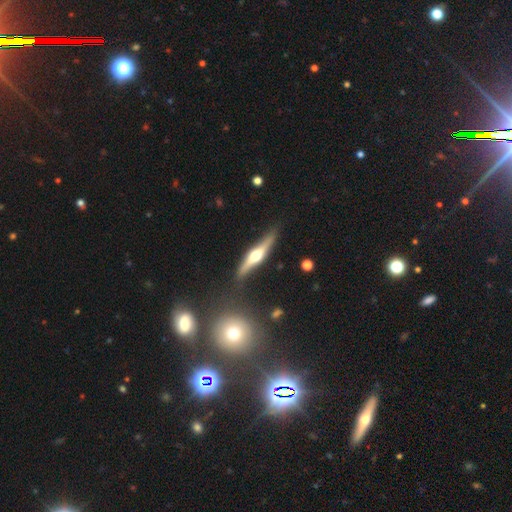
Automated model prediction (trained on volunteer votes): Smooth or featured? featured or disk (71%)
Edge-on disk? yes (95%)
Edge-on bulge? rounded (93%)
Merging? none (82%)